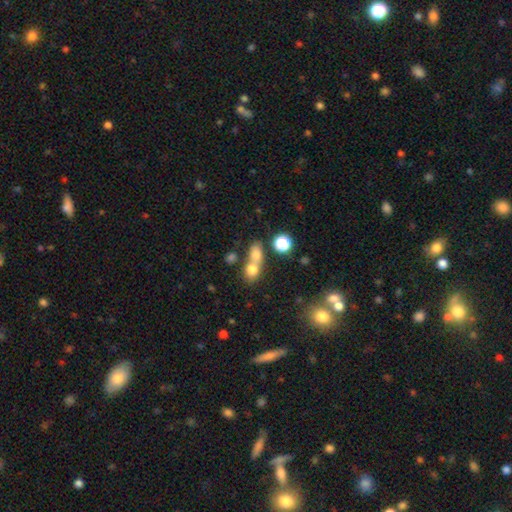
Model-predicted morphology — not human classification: Smooth or featured: smooth — 70% (star or artifact — 16%)
How rounded: round — 51% (in between — 45%)
Merging: merger — 56% (none — 32%)